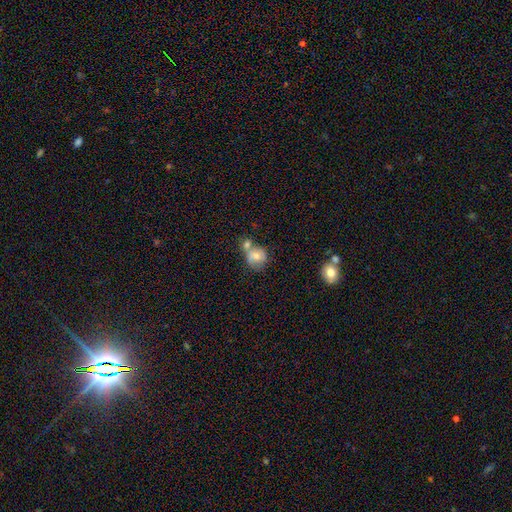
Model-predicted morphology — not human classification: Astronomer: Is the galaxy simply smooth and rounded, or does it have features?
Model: smooth — 66%.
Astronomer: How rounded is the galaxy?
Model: round — 77%.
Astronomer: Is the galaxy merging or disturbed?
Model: merger — 46% (runner-up: none, 33%).